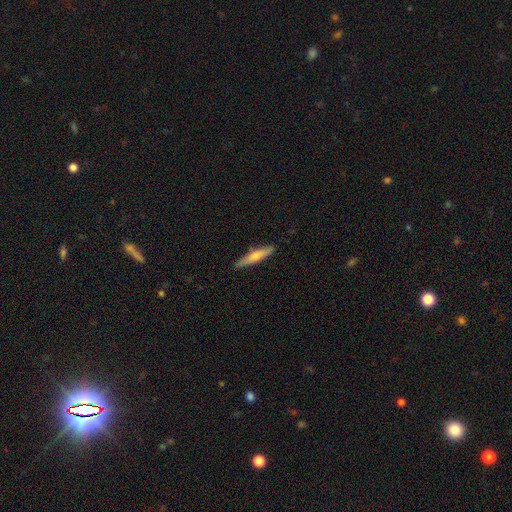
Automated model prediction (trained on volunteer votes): Smooth or featured: smooth — 51% (featured or disk — 43%)
How rounded: cigar-shaped — 90% (in between — 8%)
Merging: none — 89% (minor disturbance — 9%)